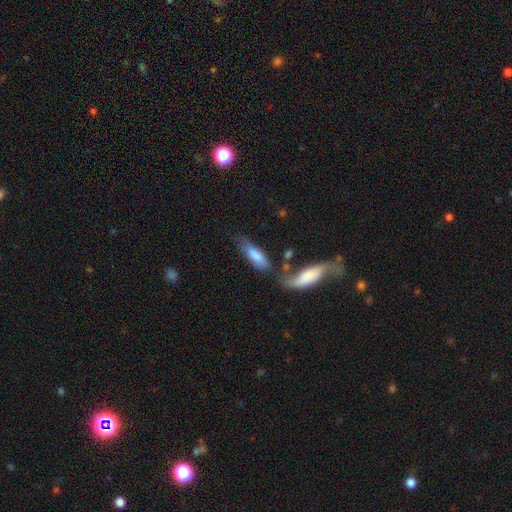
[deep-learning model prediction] Overall: smooth (76%). How rounded: in between (55%; cigar-shaped 43%). Merging: none (41%; merger 26%).